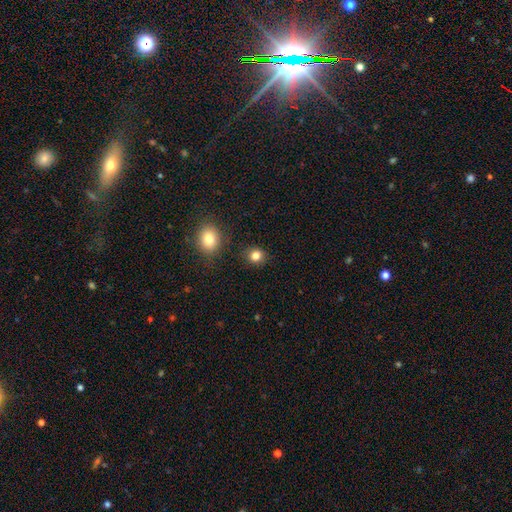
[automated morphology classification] smooth 82%, star or artifact 12%, featured or disk 5%. Down the decision tree: how rounded — round (80%); merging — none (88%).